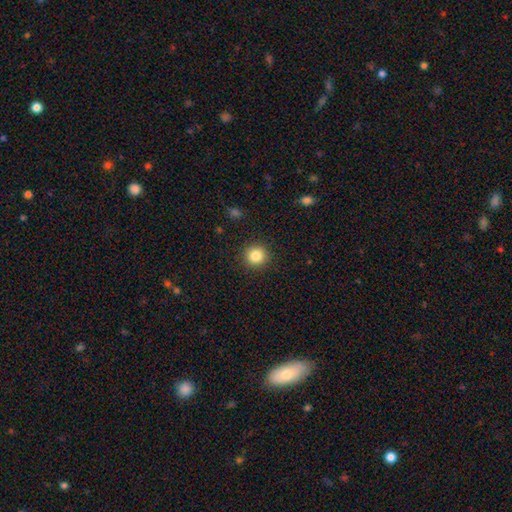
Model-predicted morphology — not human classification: Q: Smooth or featured?
A: smooth (85%); runner-up: star or artifact (10%)
Q: How rounded?
A: round (93%); runner-up: in between (6%)
Q: Merging?
A: none (91%); runner-up: minor disturbance (6%)